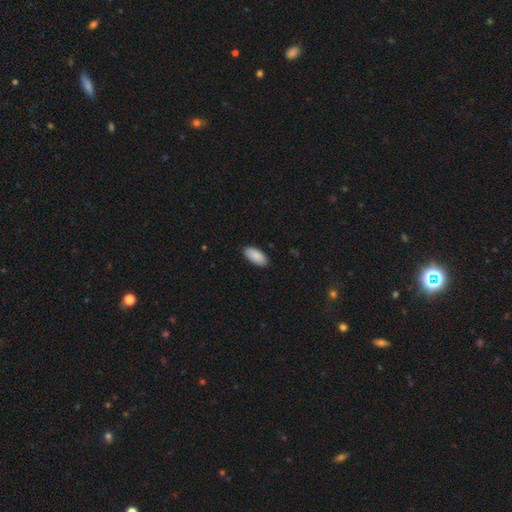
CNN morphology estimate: smooth-or-featured: smooth: 89% | star or artifact: 6% | featured or disk: 5%
  how-rounded: in between: 93% | cigar-shaped: 5% | round: 2%
  merging: none: 87% | minor disturbance: 10% | major disturbance: 2% | merger: 1%